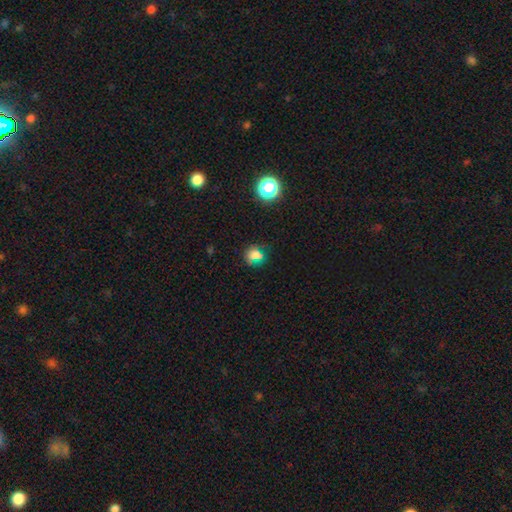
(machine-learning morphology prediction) Smooth or featured: smooth — 65% (star or artifact — 27%)
How rounded: round — 77% (in between — 22%)
Merging: none — 74% (minor disturbance — 16%)